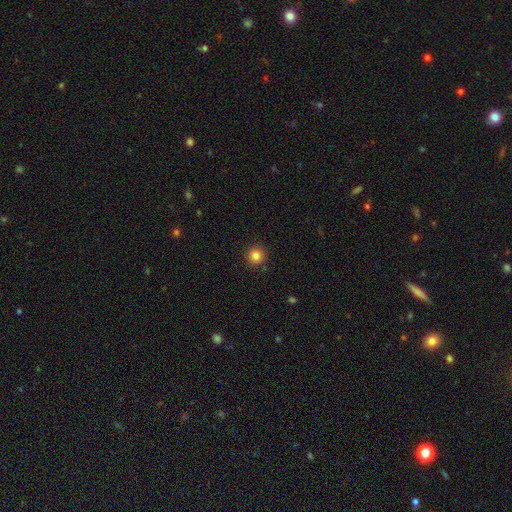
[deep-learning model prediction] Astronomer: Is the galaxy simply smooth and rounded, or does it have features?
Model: smooth — 84%.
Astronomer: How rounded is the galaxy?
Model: round — 95%.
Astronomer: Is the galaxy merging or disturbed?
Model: none — 91%.